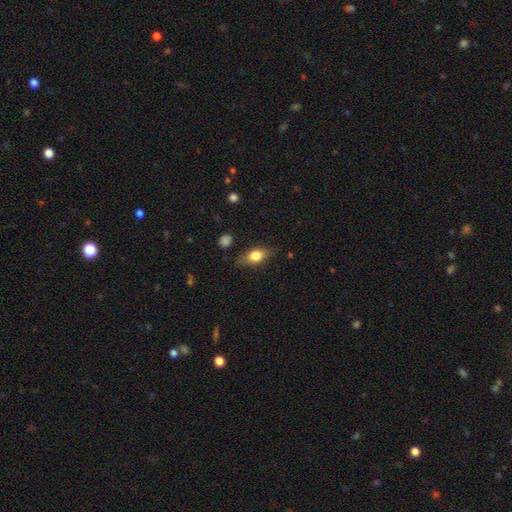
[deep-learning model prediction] smooth 68%, featured or disk 24%, star or artifact 8%. Down the decision tree: how rounded — in between (73%); merging — none (76%).